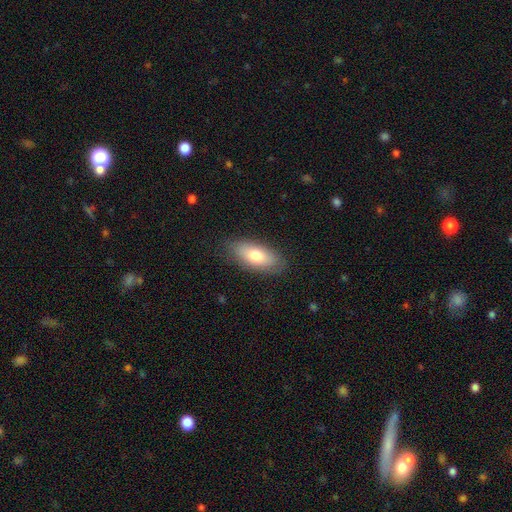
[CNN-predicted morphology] Overall: smooth (74%). How rounded: in between (86%). Merging: none (84%).